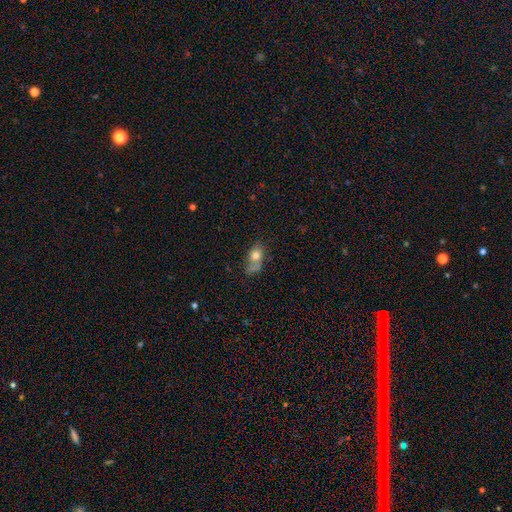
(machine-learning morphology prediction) This appears to be a smooth galaxy with no disk features (74%) that is in between round and cigar-shaped (63%). Merging: none (36%).